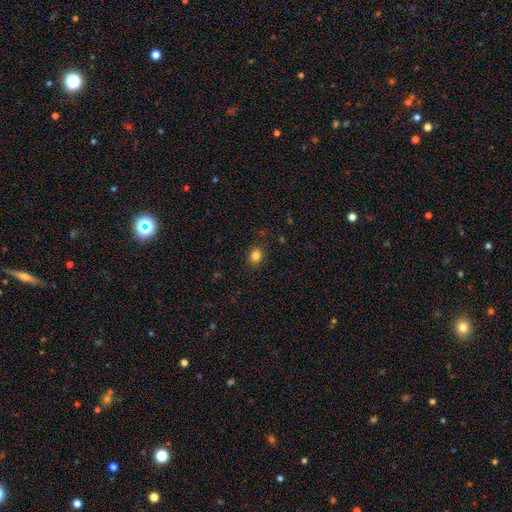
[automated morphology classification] A smooth galaxy with no disk features (83%) that is round (60%). Merging: none (88%).